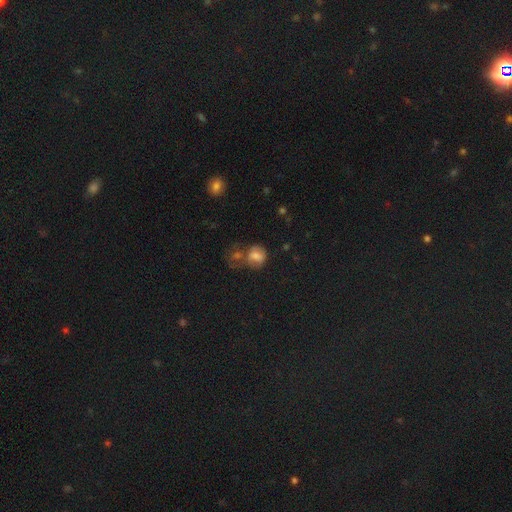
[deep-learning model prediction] Smooth or featured: smooth — 66% (featured or disk — 22%)
How rounded: round — 56% (in between — 42%)
Merging: merger — 33% (tied with none — 33%)